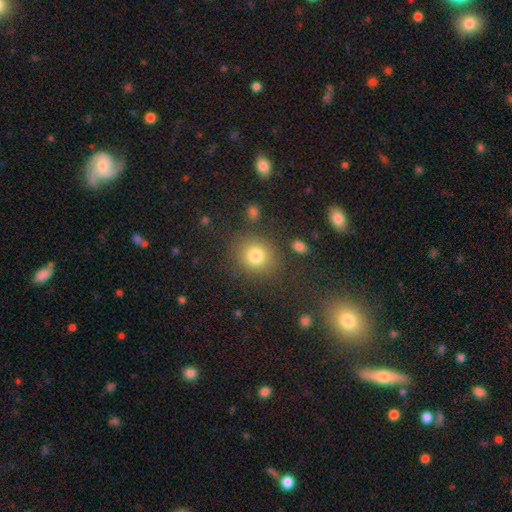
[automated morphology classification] smooth 79%, star or artifact 13%, featured or disk 8%. Down the decision tree: how rounded — round (79%); merging — none (82%).